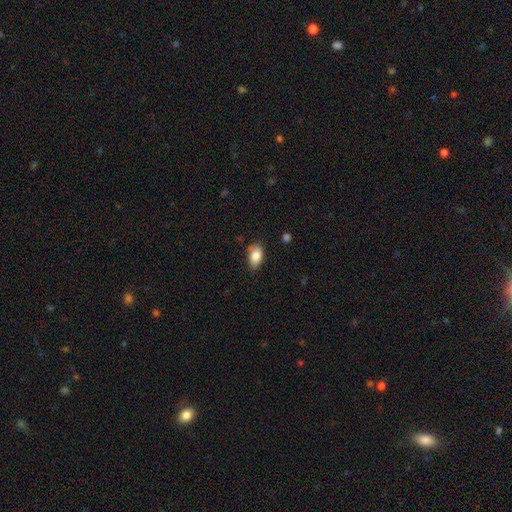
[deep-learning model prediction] smooth_or_featured: smooth (p=0.85) [alt: featured or disk p=0.08]
how_rounded: in between (p=0.90) [alt: round p=0.07]
merging: none (p=0.74) [alt: minor disturbance p=0.21]